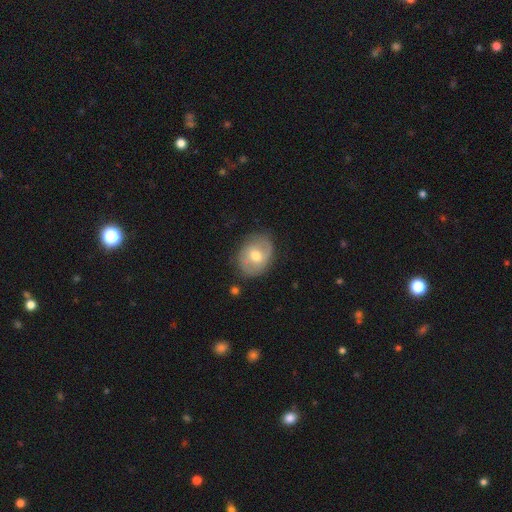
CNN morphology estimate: Q: Smooth or featured?
A: featured or disk (47%); runner-up: smooth (46%)
Q: Merging?
A: none (76%); runner-up: minor disturbance (18%)